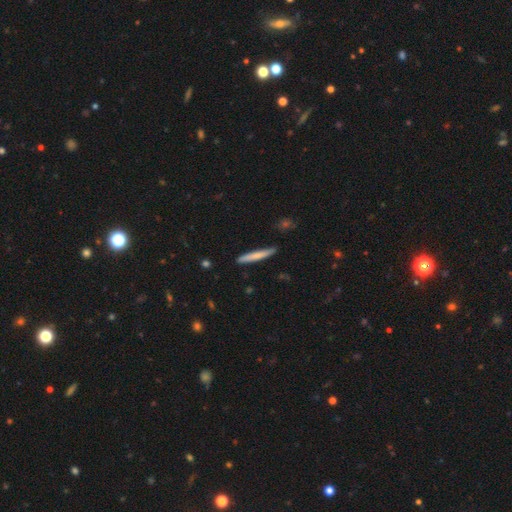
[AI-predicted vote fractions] Smooth or featured: smooth — 71% (featured or disk — 23%)
How rounded: cigar-shaped — 96% (in between — 3%)
Merging: none — 87% (minor disturbance — 10%)